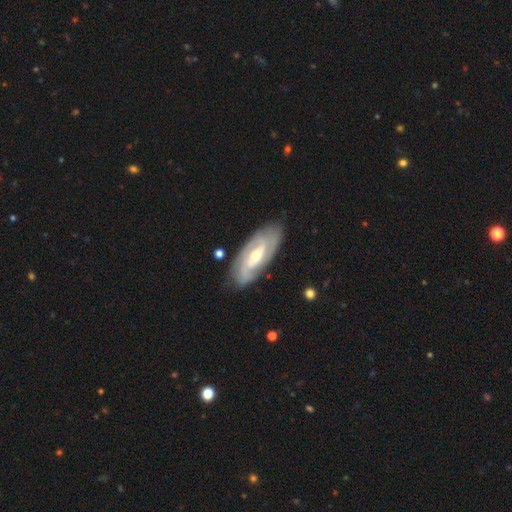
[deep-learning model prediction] smooth-or-featured: featured or disk: 82% | smooth: 13% | star or artifact: 5%
  disk-edge-on: no: 91% | yes: 9%
    bar: weak: 41% | no: 32% | strong: 27%
    has-spiral-arms: yes: 91% | no: 9%
      spiral-winding: tight: 53% | medium: 36% | loose: 12%
      spiral-arm-count: 2: 62% | can't tell: 20% | 3: 10% | 4: 3% | 1: 3% | more than 4: 2%
    bulge-size: moderate: 52% | small: 44% | large: 2% | none: 1% | dominant: 1%
  merging: none: 83% | minor disturbance: 13% | major disturbance: 3% | merger: 1%